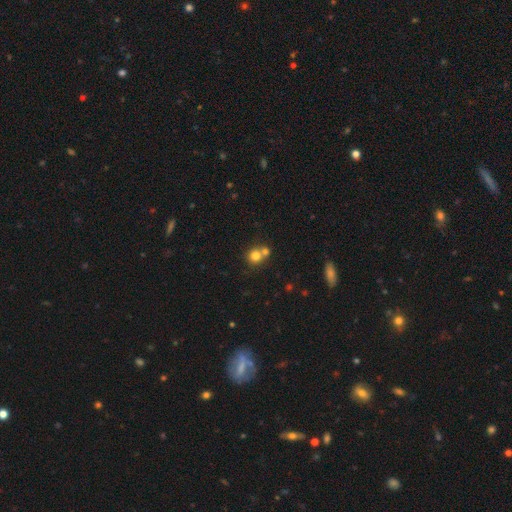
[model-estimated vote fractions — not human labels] Smooth or featured? smooth (77%)
How rounded? round (88%)
Merging? none (49%)